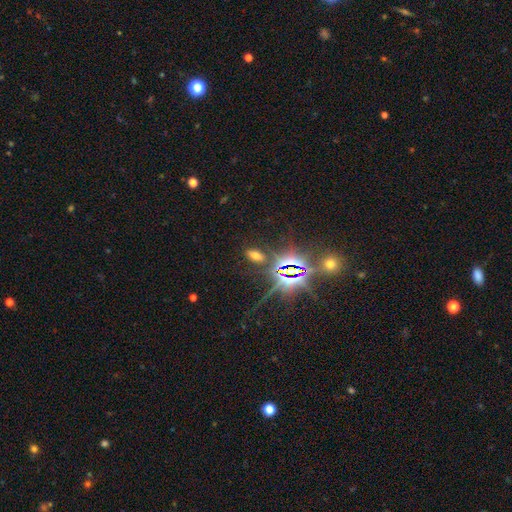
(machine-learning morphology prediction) The model was most divided on "smooth or featured": smooth: 47%, star or artifact: 43%, featured or disk: 10%. More confident: merging — none (84%).